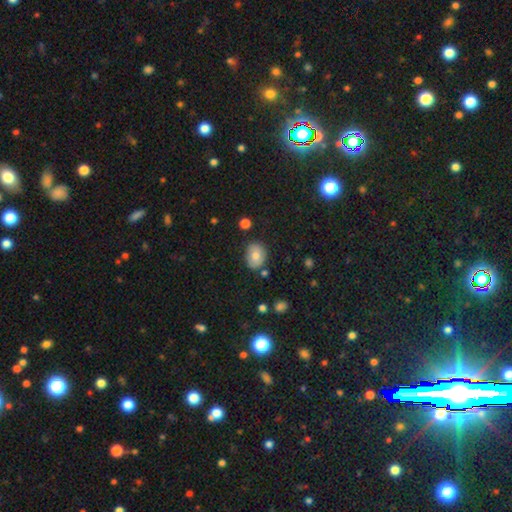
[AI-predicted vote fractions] smooth 72%, featured or disk 19%, star or artifact 9%. Down the decision tree: how rounded — in between (57%); merging — none (76%).